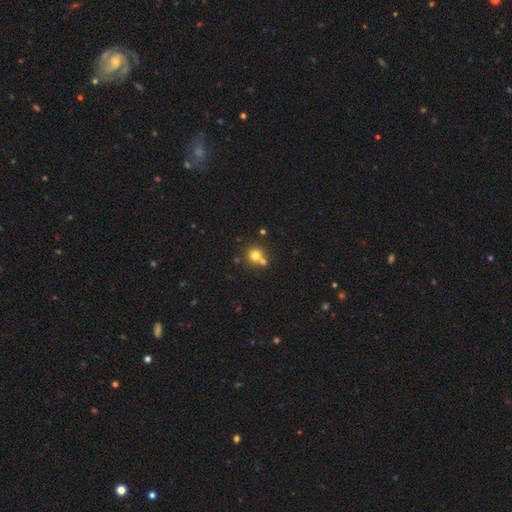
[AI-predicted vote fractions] smooth_or_featured: smooth (p=0.75) [alt: star or artifact p=0.14]
how_rounded: round (p=0.89) [alt: in between p=0.10]
merging: none (p=0.57) [alt: merger p=0.32]